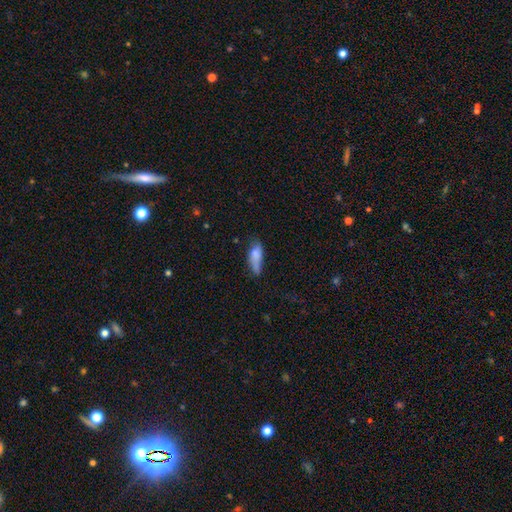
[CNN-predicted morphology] smooth_or_featured: smooth (p=0.76) [alt: featured or disk p=0.16]
how_rounded: in between (p=0.61) [alt: cigar-shaped p=0.36]
merging: none (p=0.43) [alt: minor disturbance p=0.36]